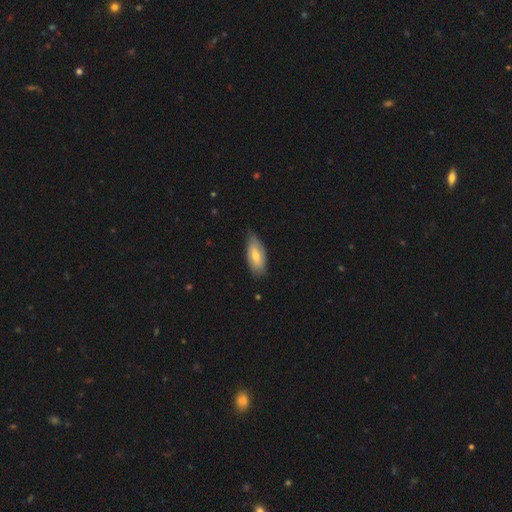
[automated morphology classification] Overall: smooth (58%; featured or disk 36%). How rounded: in between (90%). Merging: none (72%).